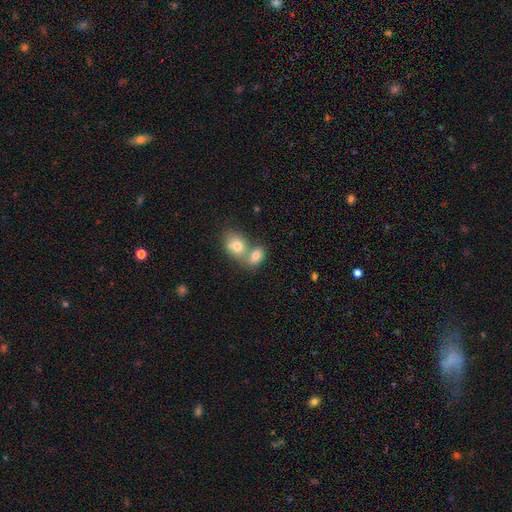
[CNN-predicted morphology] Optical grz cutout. It shows a smooth galaxy with no disk features (78%) that is in between round and cigar-shaped (71%). Merging: merger (62%).